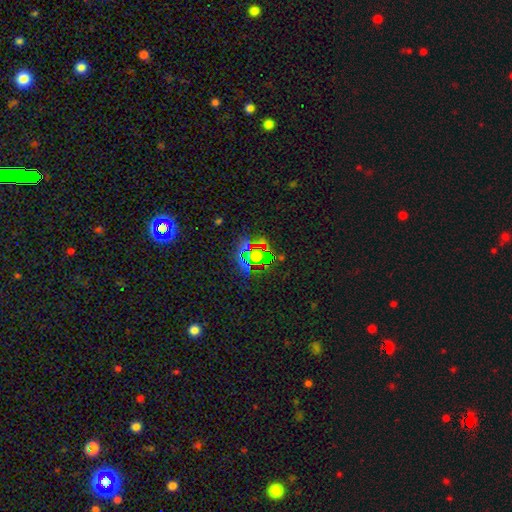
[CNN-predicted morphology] This appears to be a star or artifact, not a galaxy (60%).